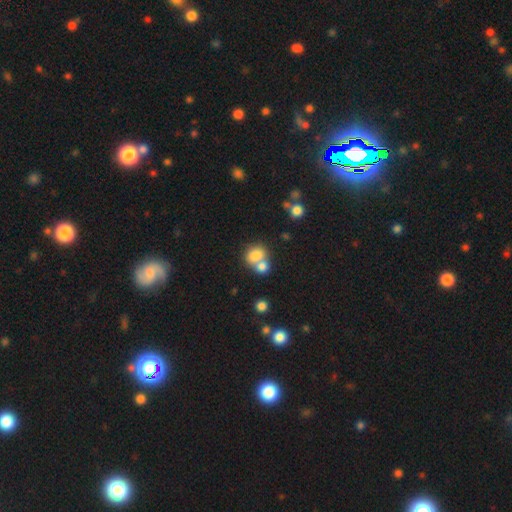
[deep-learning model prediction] smooth-or-featured: smooth: 78% | featured or disk: 11% | star or artifact: 10%
  how-rounded: round: 50% | in between: 49% | cigar-shaped: 1%
  merging: merger: 54% | none: 34% | minor disturbance: 8% | major disturbance: 4%